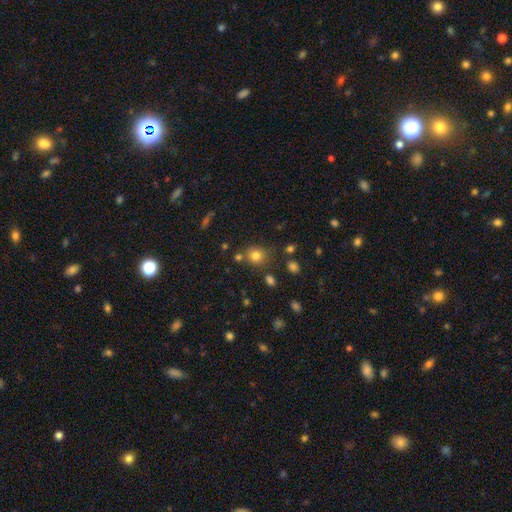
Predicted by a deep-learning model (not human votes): Smooth or featured? smooth (79%)
How rounded? round (83%)
Merging? none (74%)